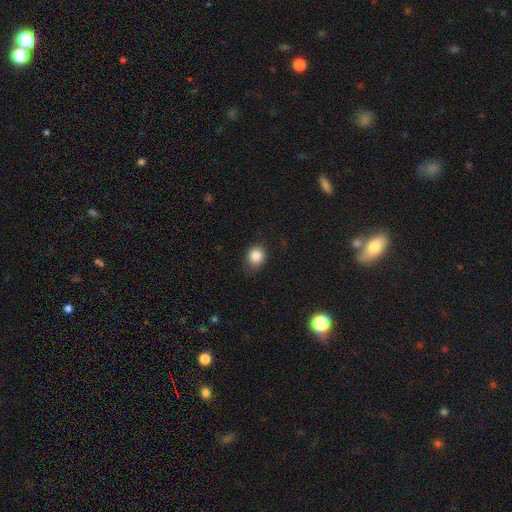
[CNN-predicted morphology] This appears to be a smooth galaxy with no disk features (86%) that is round (74%). Merging: none (78%).